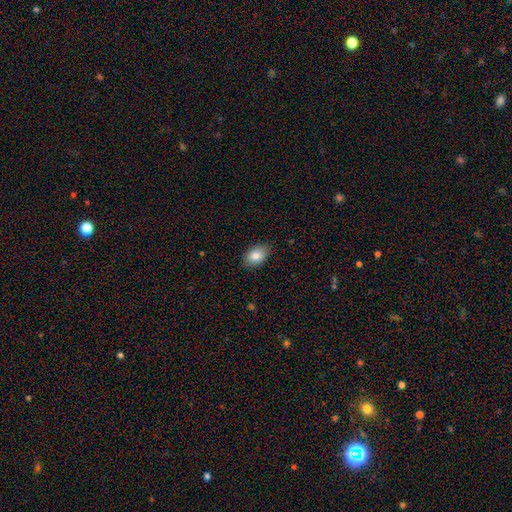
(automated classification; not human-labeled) Smooth or featured?
  - smooth: 84% *
  - featured or disk: 8%
  - star or artifact: 8%
How rounded?
  - in between: 85% *
  - round: 14%
  - cigar-shaped: 1%
Merging?
  - none: 84% *
  - minor disturbance: 13%
  - major disturbance: 2%
  - merger: 1%